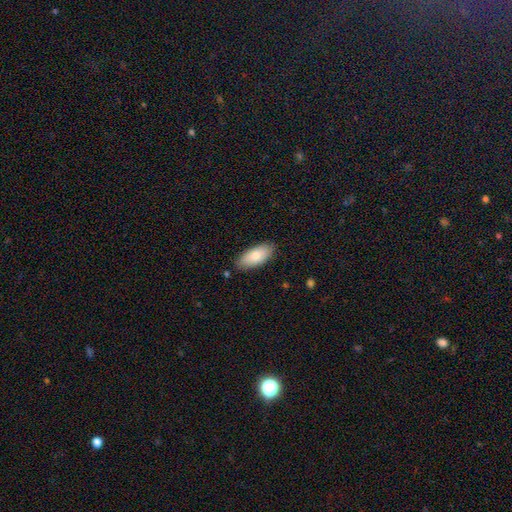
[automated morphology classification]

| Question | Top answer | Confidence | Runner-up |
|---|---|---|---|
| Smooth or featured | smooth | 79% | featured or disk (15%) |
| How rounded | in between | 89% | cigar-shaped (10%) |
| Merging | none | 84% | minor disturbance (13%) |